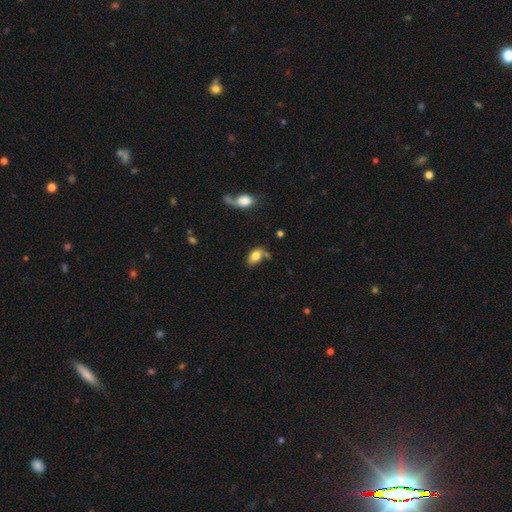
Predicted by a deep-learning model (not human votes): Smooth or featured? Predicted: smooth (p=0.81). How rounded? Predicted: in between (p=0.89). Merging? Predicted: none (p=0.59).